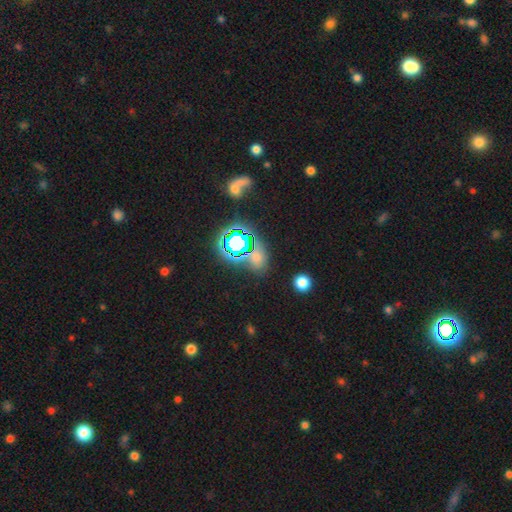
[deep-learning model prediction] Overall: star or artifact (54%; smooth 34%).